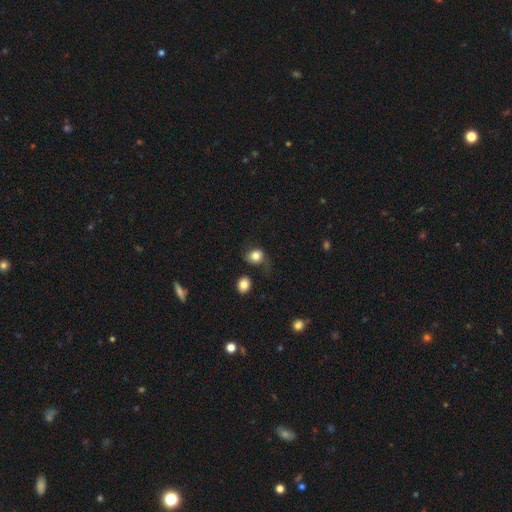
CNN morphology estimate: A smooth galaxy with no disk features (78%) that is round (64%).

Vote fractions:
- Smooth or featured? smooth: 78% / featured or disk: 13% / star or artifact: 9%
- How rounded? round: 64% / in between: 34% / cigar-shaped: 1%
- Merging? none: 48% / minor disturbance: 25% / major disturbance: 20% / merger: 6%